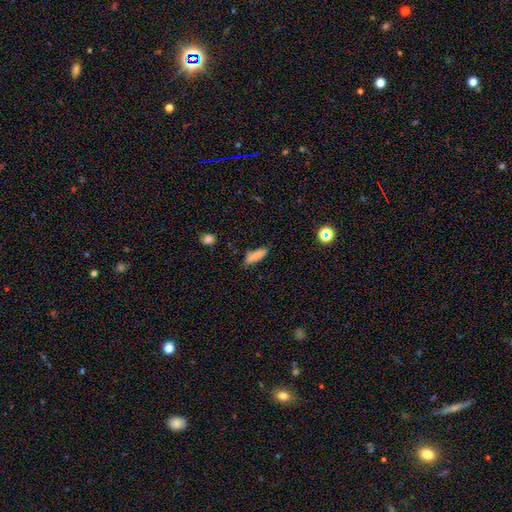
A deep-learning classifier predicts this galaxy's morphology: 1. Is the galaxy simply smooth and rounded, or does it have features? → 82% smooth, 9% featured or disk, 9% star or artifact.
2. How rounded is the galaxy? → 55% cigar-shaped, 43% in between, 2% round.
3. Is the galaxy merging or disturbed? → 69% none, 21% minor disturbance, 5% merger, 5% major disturbance.